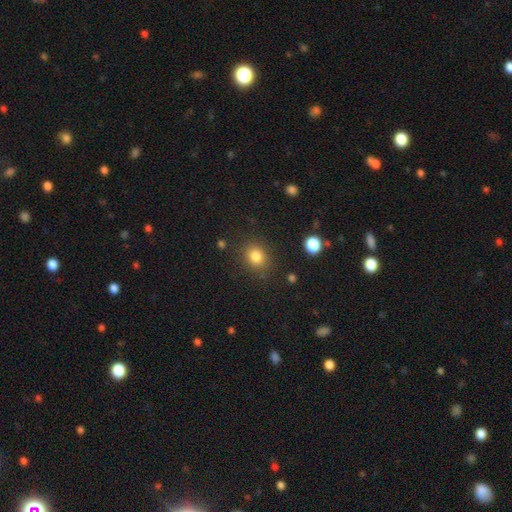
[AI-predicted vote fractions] smooth_or_featured: smooth (p=0.82) [alt: star or artifact p=0.12]
how_rounded: round (p=0.69) [alt: in between p=0.30]
merging: none (p=0.84) [alt: minor disturbance p=0.10]